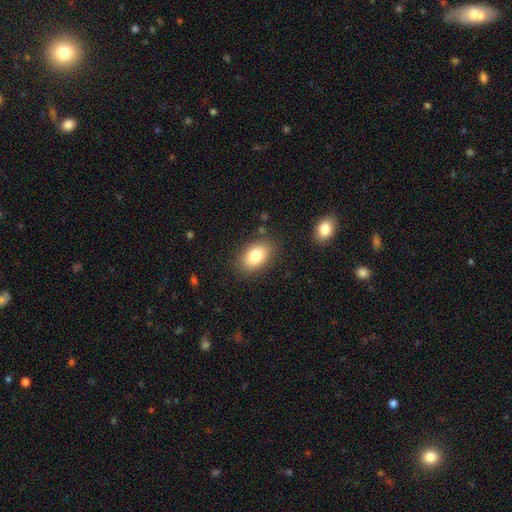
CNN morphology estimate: A smooth galaxy with no disk features (81%) that is in between round and cigar-shaped (87%). Merging: none (84%).